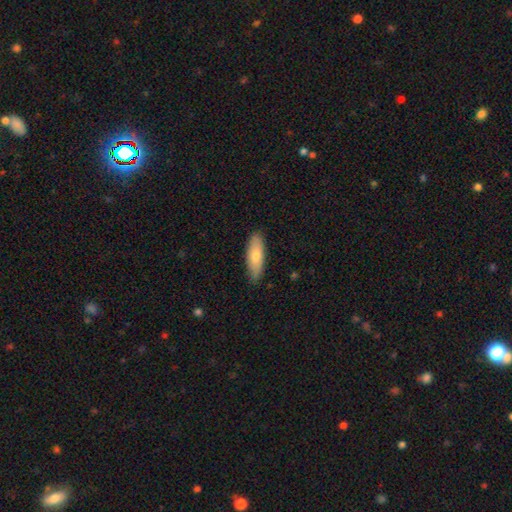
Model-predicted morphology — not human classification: type=smooth (77%); roundness=in between (62%); merging=none (84%).